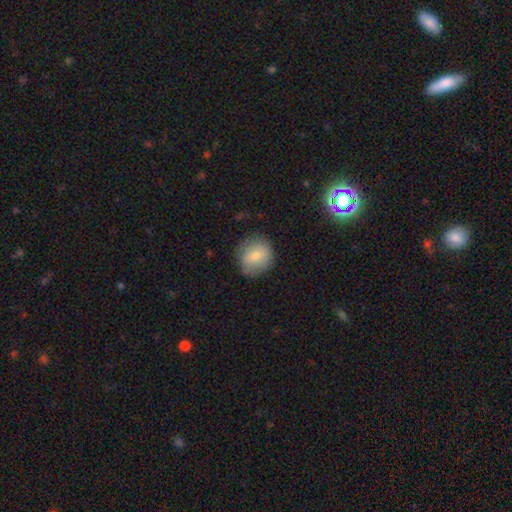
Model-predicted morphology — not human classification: smooth 75%, featured or disk 18%, star or artifact 8%. Down the decision tree: how rounded — round (85%); merging — none (78%).